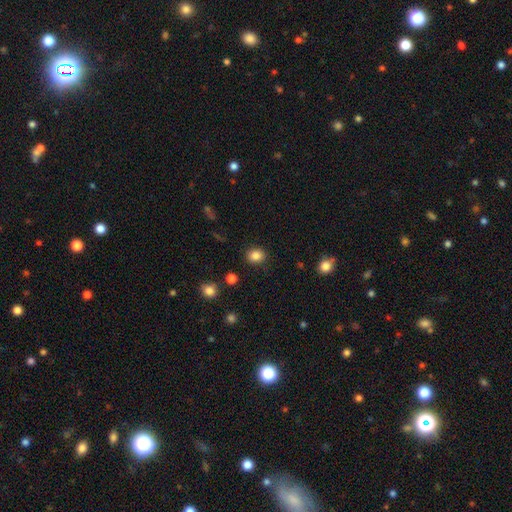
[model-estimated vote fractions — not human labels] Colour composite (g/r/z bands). It shows a smooth galaxy with no disk features (85%) that is round (66%). Merging: none (89%).